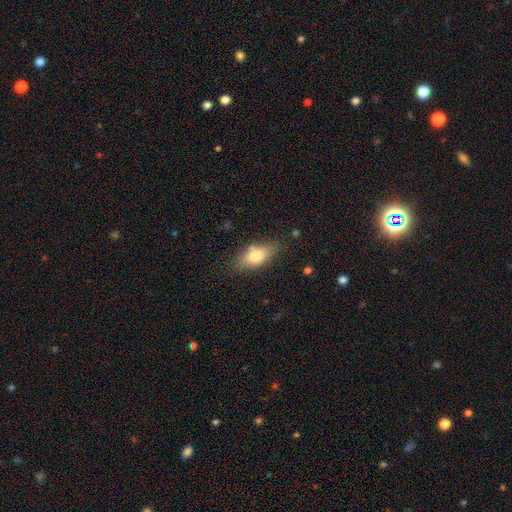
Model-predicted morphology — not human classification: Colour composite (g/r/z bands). It shows a smooth galaxy with no disk features (74%) that is in between round and cigar-shaped (80%). Merging: none (79%).